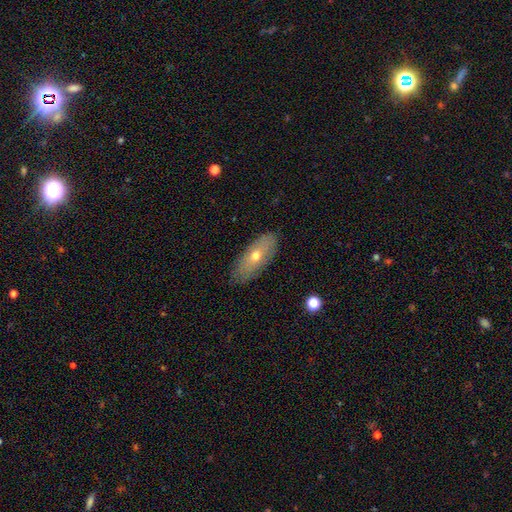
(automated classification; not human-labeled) smooth-or-featured: smooth: 55% | featured or disk: 37% | star or artifact: 8%
  how-rounded: in between: 75% | cigar-shaped: 20% | round: 4%
  merging: none: 84% | minor disturbance: 12% | major disturbance: 3% | merger: 1%